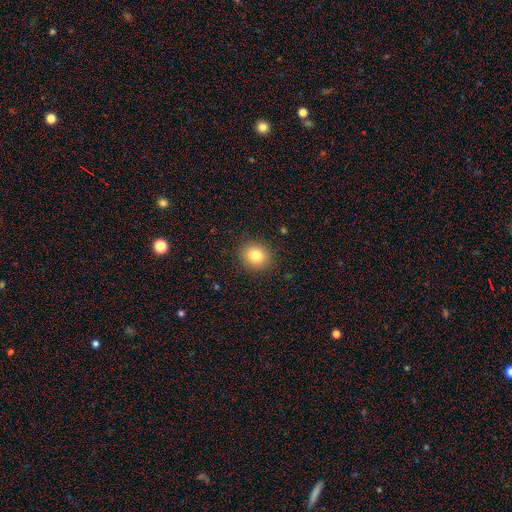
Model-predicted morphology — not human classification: Smooth or featured: smooth — 82% (star or artifact — 11%)
How rounded: round — 81% (in between — 18%)
Merging: none — 89% (minor disturbance — 7%)